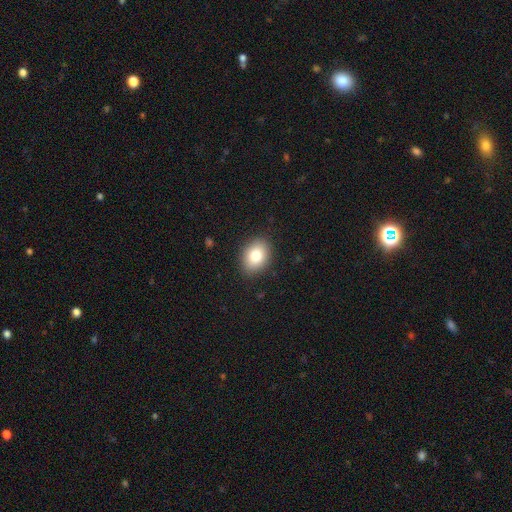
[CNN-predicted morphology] Smooth or featured?
  - smooth: 82% *
  - featured or disk: 10%
  - star or artifact: 9%
How rounded?
  - in between: 69% *
  - round: 30%
  - cigar-shaped: 1%
Merging?
  - none: 88% *
  - minor disturbance: 9%
  - major disturbance: 2%
  - merger: 1%